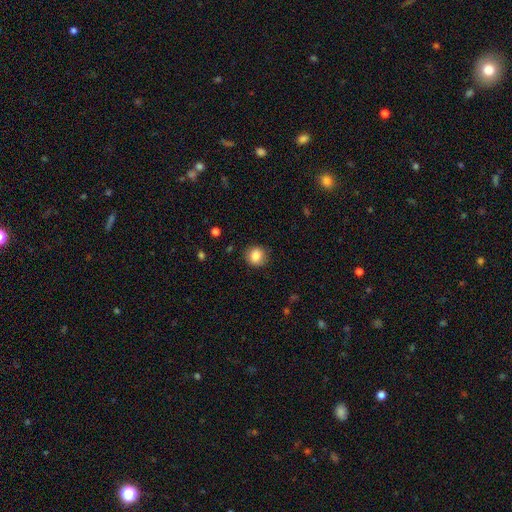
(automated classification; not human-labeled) Smooth or featured? Predicted: smooth (p=0.85). How rounded? Predicted: round (p=0.88). Merging? Predicted: none (p=0.86).